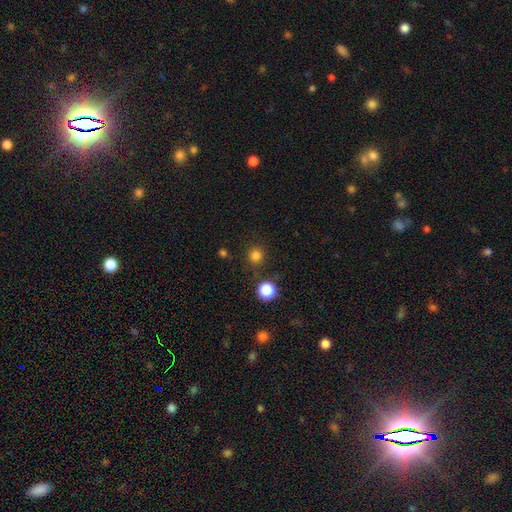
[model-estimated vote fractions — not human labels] Smooth or featured? smooth (80%)
How rounded? round (95%)
Merging? none (87%)